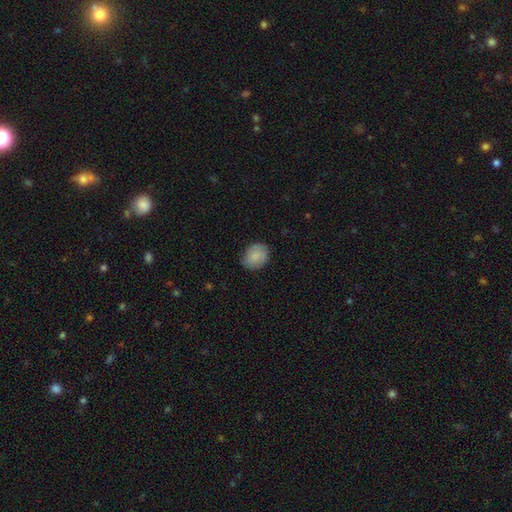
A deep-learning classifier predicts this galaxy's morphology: Overall: smooth (84%). How rounded: round (55%; in between 44%). Merging: none (77%).